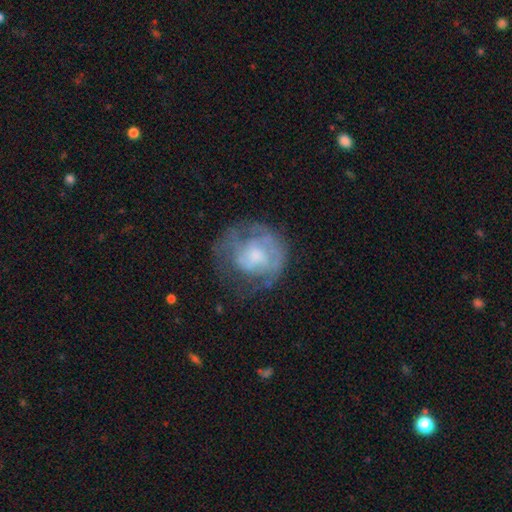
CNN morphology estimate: Overall: featured or disk (60%; smooth 32%). Edge-on disk: no (98%). Bar: no (74%). Spiral arms: yes (56%; no 44%). Bulge size: moderate (37%; small 36%). Merging: none (52%; major disturbance 24%).